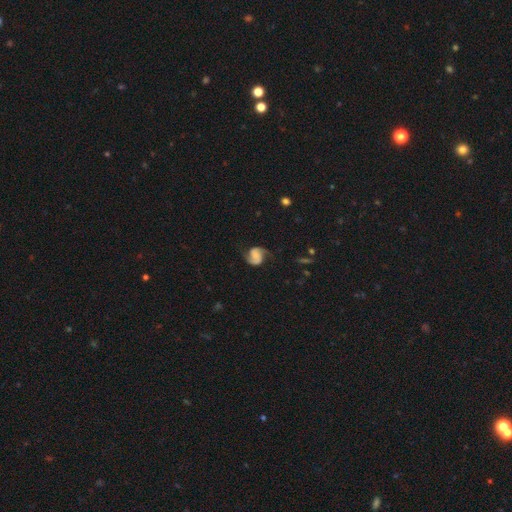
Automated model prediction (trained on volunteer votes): featured or disk 72%, smooth 19%, star or artifact 8%. Down the decision tree: edge-on disk — no (98%); bar — no (54%); spiral arms — yes (95%); spiral arm count — 2 (90%); spiral winding — medium (46%); bulge size — none (39%); merging — none (69%).